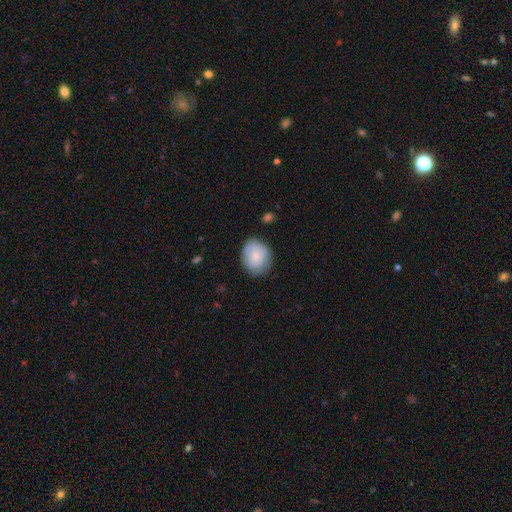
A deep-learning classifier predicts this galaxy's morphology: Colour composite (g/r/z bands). It shows a smooth galaxy with no disk features (79%) that is round (55%). Merging: none (72%).